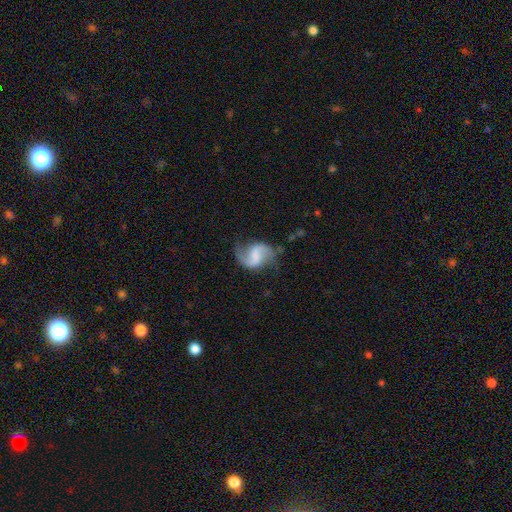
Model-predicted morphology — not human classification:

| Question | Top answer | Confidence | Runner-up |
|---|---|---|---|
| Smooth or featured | featured or disk | 84% | smooth (10%) |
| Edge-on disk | no | 98% | yes (2%) |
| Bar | weak | 49% | strong (28%) |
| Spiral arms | yes | 96% | no (4%) |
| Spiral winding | loose | 55% | medium (37%) |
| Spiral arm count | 2 | 92% | 1 (3%) |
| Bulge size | none | 48% | small (23%) |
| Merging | none | 72% | minor disturbance (17%) |